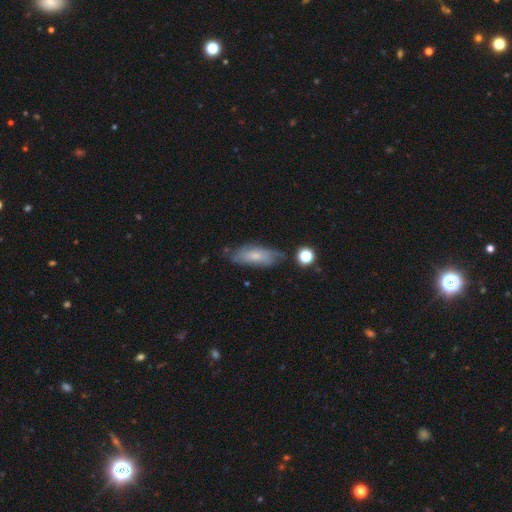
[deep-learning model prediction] smooth_or_featured: smooth (p=0.53) [alt: featured or disk p=0.39]
how_rounded: in between (p=0.72) [alt: cigar-shaped p=0.24]
merging: none (p=0.63) [alt: minor disturbance p=0.26]